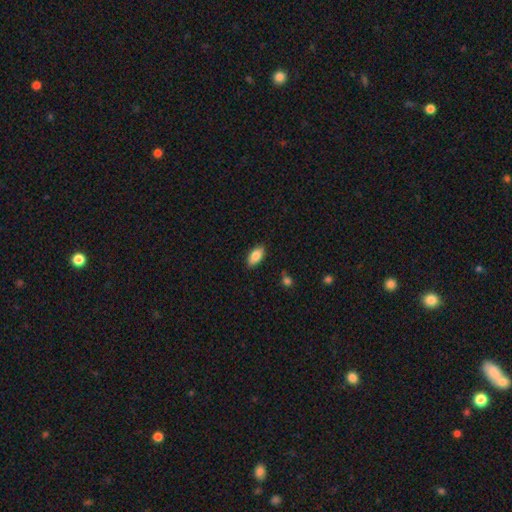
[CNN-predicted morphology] This is clearly a smooth galaxy (82%). How rounded: clearly in between (91%). Merging: clearly none (86%).